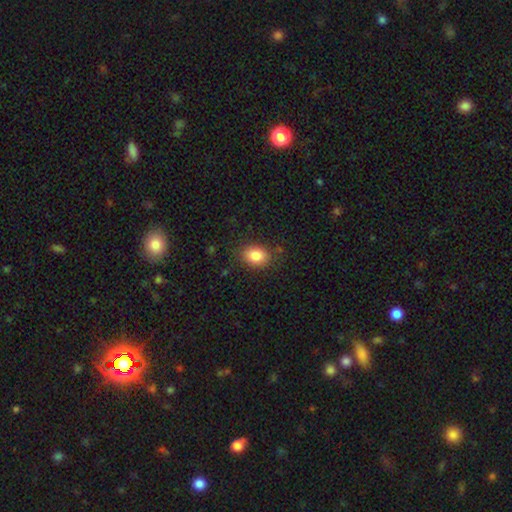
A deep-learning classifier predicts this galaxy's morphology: Smooth or featured? smooth (85%)
How rounded? in between (69%)
Merging? none (82%)